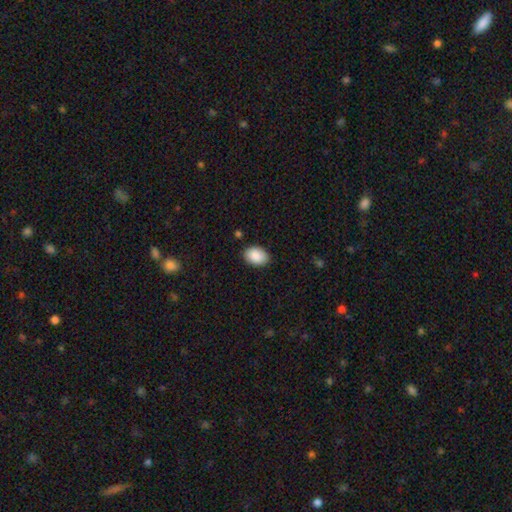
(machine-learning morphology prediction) Q: Smooth or featured?
A: smooth (89%); runner-up: star or artifact (7%)
Q: How rounded?
A: in between (84%); runner-up: round (15%)
Q: Merging?
A: none (86%); runner-up: minor disturbance (11%)